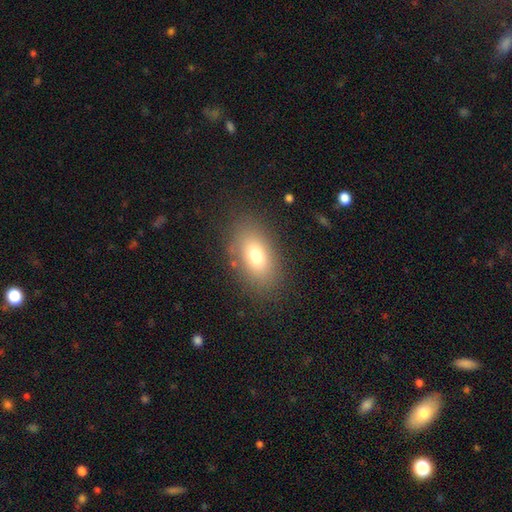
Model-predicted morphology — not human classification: type=smooth (73%); roundness=in between (86%); merging=none (82%).